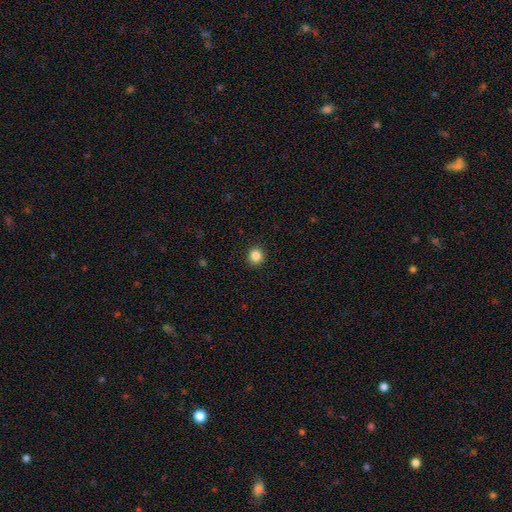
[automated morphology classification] Smooth or featured?
  - smooth: 86% *
  - star or artifact: 11%
  - featured or disk: 3%
How rounded?
  - round: 92% *
  - in between: 7%
  - cigar-shaped: 1%
Merging?
  - none: 92% *
  - minor disturbance: 5%
  - major disturbance: 2%
  - merger: 1%